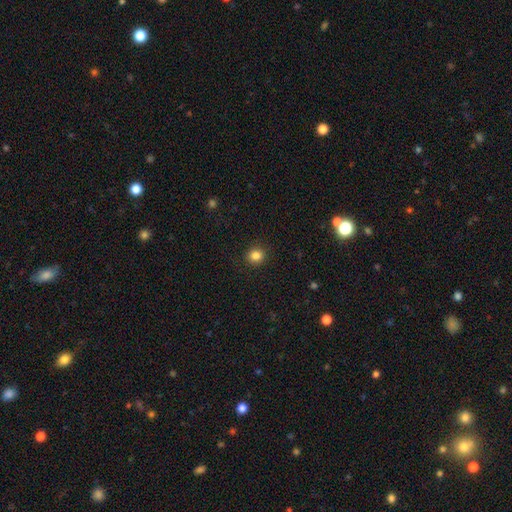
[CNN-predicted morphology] Smooth or featured? smooth (84%)
How rounded? round (88%)
Merging? none (91%)